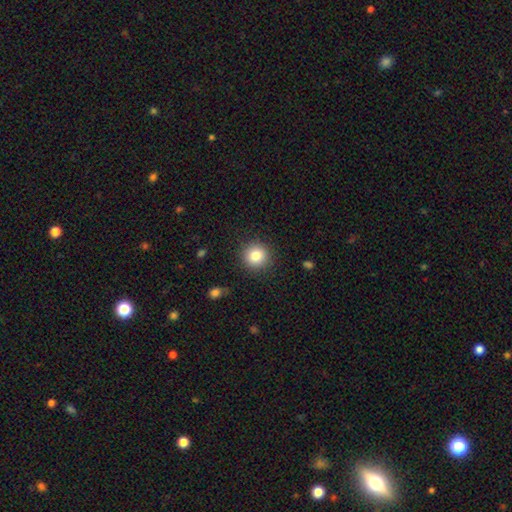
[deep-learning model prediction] Smooth or featured? Predicted: smooth (p=0.84). How rounded? Predicted: round (p=0.92). Merging? Predicted: none (p=0.89).